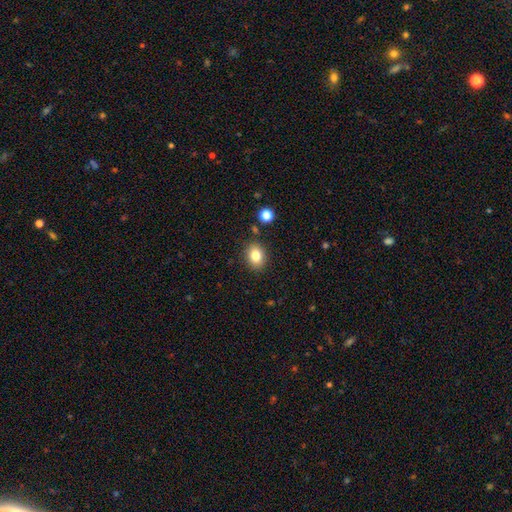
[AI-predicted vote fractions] Smooth or featured?
  - smooth: 82% *
  - star or artifact: 10%
  - featured or disk: 7%
How rounded?
  - in between: 51% *
  - round: 48%
  - cigar-shaped: 1%
Merging?
  - none: 85% *
  - minor disturbance: 9%
  - merger: 3%
  - major disturbance: 2%